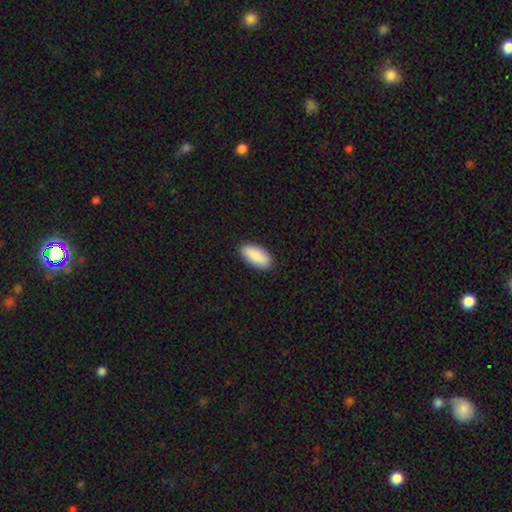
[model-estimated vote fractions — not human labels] This is clearly a smooth galaxy (89%). How rounded: clearly in between (89%). Merging: clearly none (89%).